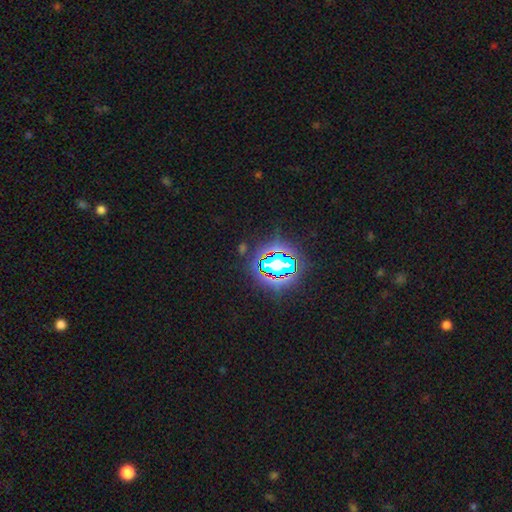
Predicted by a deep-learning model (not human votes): smooth_or_featured: star or artifact (p=0.81) [alt: smooth p=0.12]